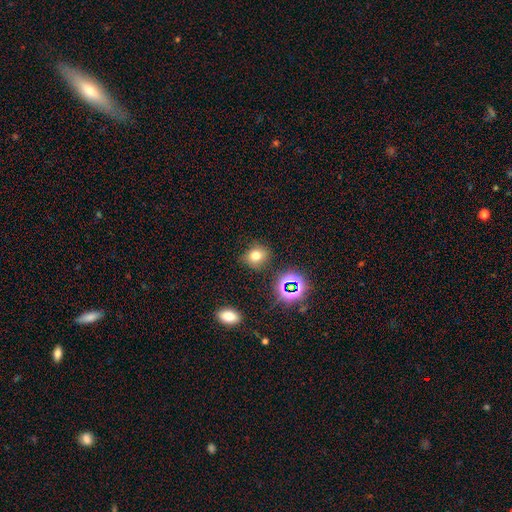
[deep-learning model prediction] This appears to be a smooth galaxy with no disk features (71%) that is round (69%). Merging: none (83%).